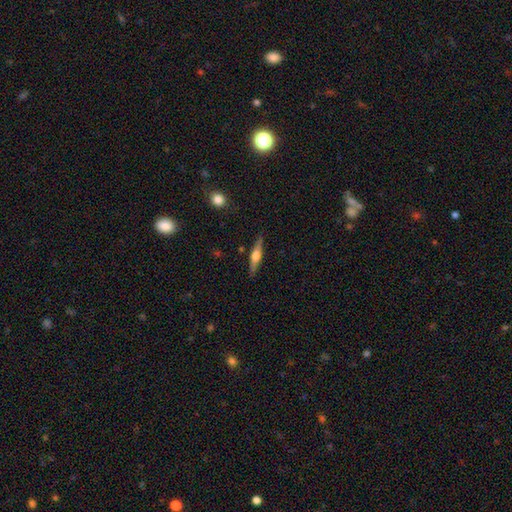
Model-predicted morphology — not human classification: Smooth or featured? featured or disk (65%)
Edge-on disk? yes (97%)
Edge-on bulge? rounded (87%)
Merging? none (88%)